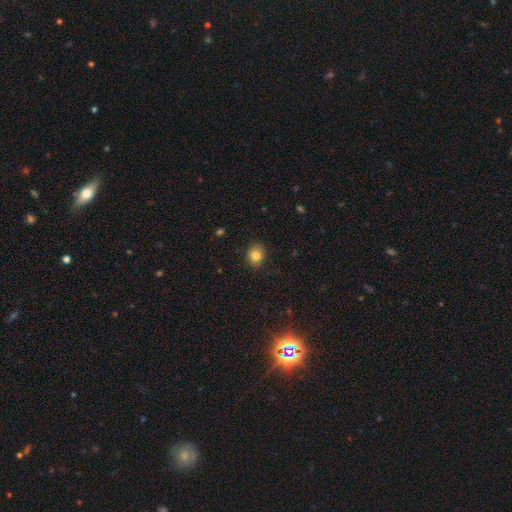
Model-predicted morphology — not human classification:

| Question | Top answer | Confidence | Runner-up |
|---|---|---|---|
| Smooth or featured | smooth | 83% | star or artifact (11%) |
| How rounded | round | 66% | in between (33%) |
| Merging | none | 87% | minor disturbance (10%) |